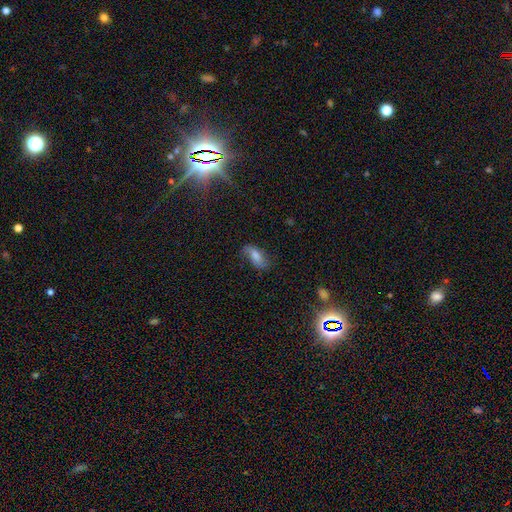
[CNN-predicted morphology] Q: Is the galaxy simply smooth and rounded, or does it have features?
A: smooth — 48%.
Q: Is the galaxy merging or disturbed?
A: none — 67%.